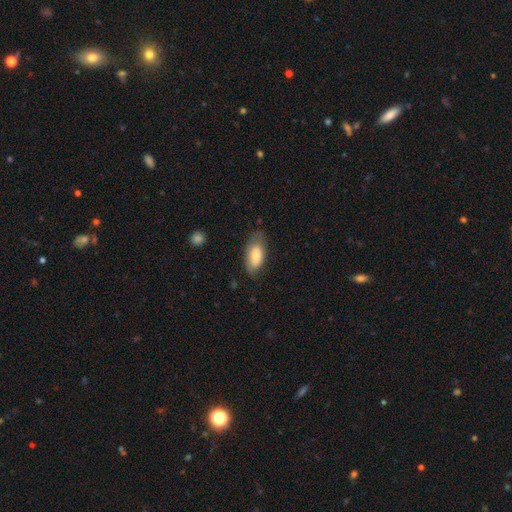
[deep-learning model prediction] Smooth or featured? smooth (76%)
How rounded? in between (91%)
Merging? none (62%)